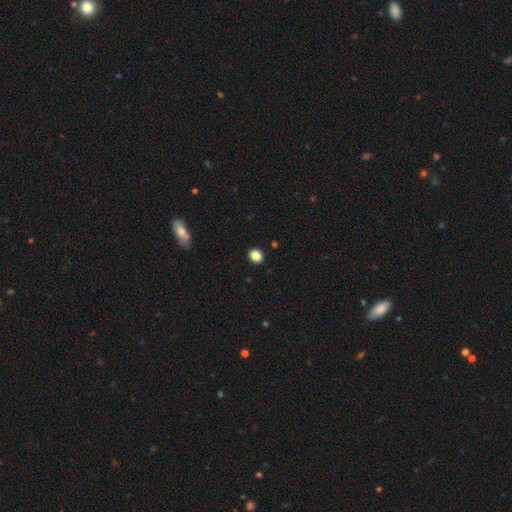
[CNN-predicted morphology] This appears to be a smooth galaxy with no disk features (85%) that is round (73%). Merging: none (92%).